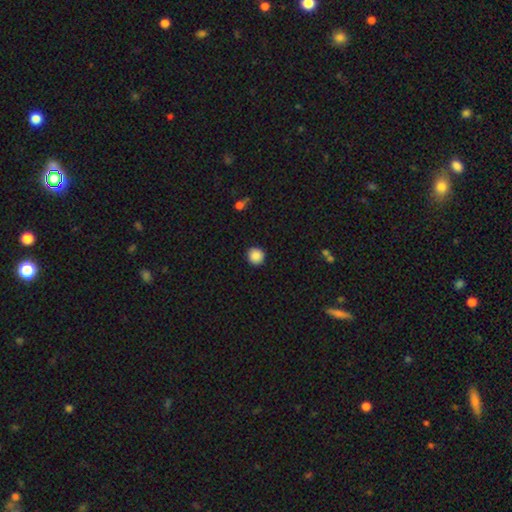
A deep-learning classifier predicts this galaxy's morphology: Smooth or featured? Predicted: smooth (p=0.88). How rounded? Predicted: round (p=0.95). Merging? Predicted: none (p=0.92).